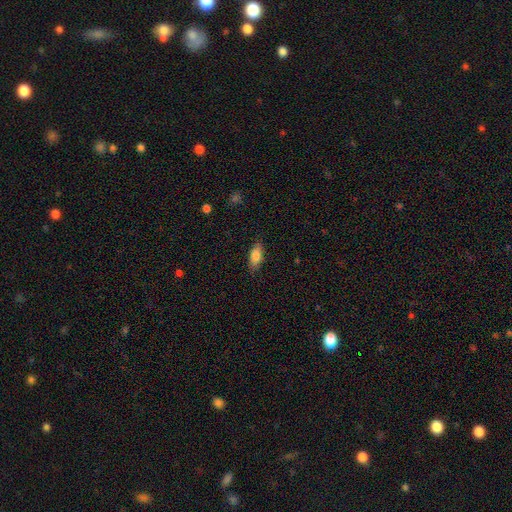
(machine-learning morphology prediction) This appears to be a smooth galaxy with no disk features (79%) that is in between round and cigar-shaped (80%). Merging: none (84%).